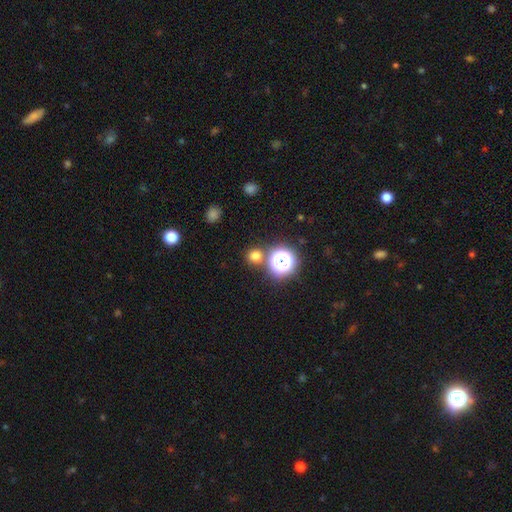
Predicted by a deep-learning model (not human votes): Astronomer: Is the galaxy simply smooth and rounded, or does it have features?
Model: smooth — 68%.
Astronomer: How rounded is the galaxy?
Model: round — 90%.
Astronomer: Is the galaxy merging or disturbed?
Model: none — 78%.